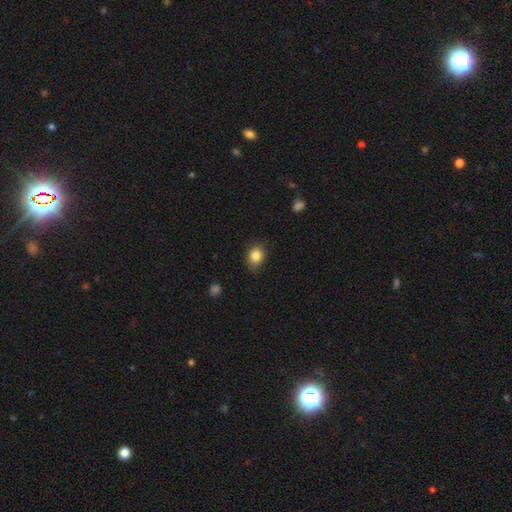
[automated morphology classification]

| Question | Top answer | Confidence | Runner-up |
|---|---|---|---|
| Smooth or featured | smooth | 85% | star or artifact (10%) |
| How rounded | round | 59% | in between (40%) |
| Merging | none | 81% | minor disturbance (15%) |